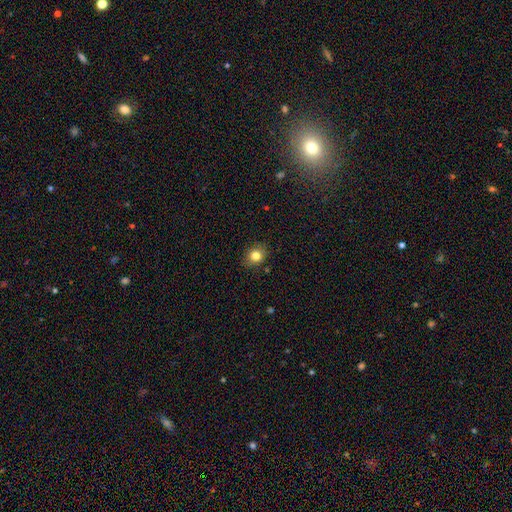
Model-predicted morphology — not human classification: type=smooth (81%); roundness=round (61%); merging=none (86%).